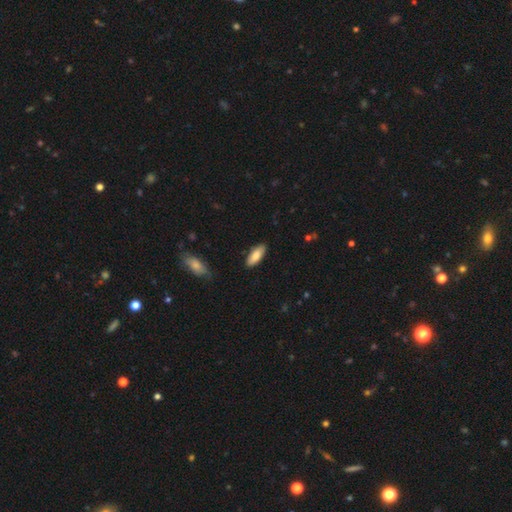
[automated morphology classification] The model was most divided on "how rounded": in between: 77%, cigar-shaped: 22%, round: 2%. More confident: merging — none (86%); smooth or featured — smooth (83%).